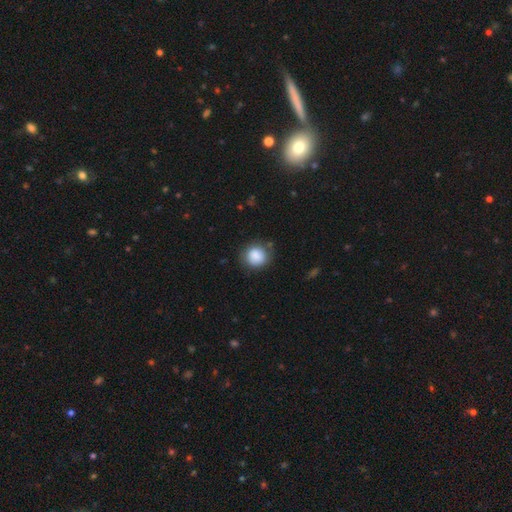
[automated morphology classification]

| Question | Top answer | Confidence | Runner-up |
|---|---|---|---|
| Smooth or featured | smooth | 87% | star or artifact (8%) |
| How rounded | round | 87% | in between (12%) |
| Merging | none | 81% | minor disturbance (14%) |